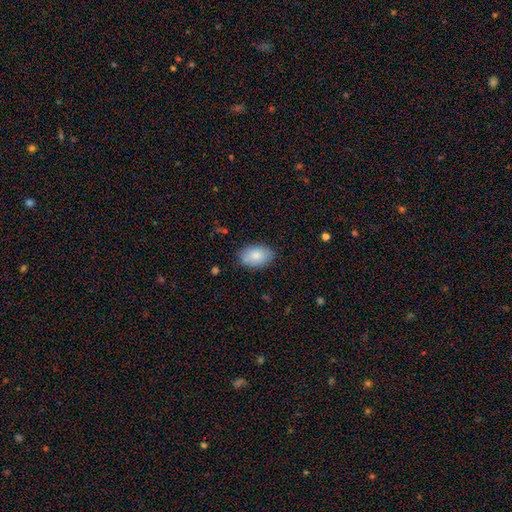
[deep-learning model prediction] smooth_or_featured: smooth (p=0.84) [alt: featured or disk p=0.10]
how_rounded: in between (p=0.89) [alt: round p=0.10]
merging: none (p=0.83) [alt: minor disturbance p=0.13]